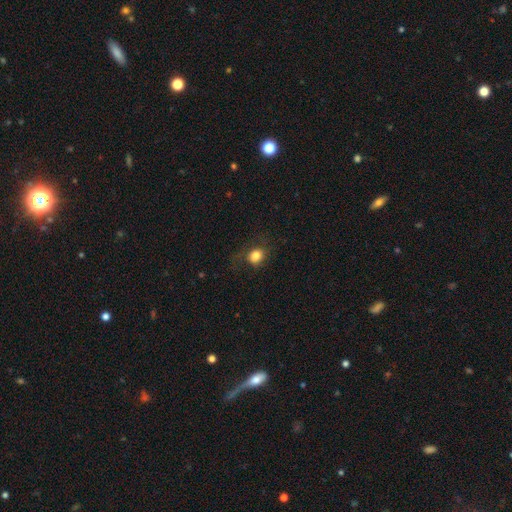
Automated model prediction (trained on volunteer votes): The model was most divided on "how rounded": round: 64%, in between: 35%, cigar-shaped: 1%. More confident: smooth or featured — smooth (81%); merging — none (65%).